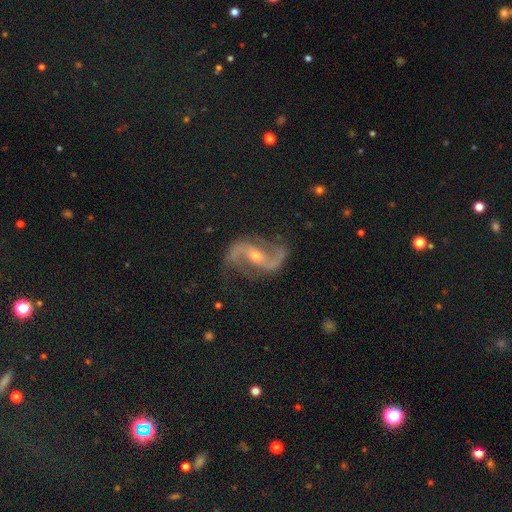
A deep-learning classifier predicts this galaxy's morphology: This is clearly a featured or disk galaxy (83%). It is clearly not viewed edge-on (96%). Bar: marginally no (41%). Spiral arm pattern: clearly yes (96%). Spiral arm count: clearly 2 (94%). Spiral winding: possibly loose (56%). Central bulge: possibly moderate (57%). Merging: likely none (78%).